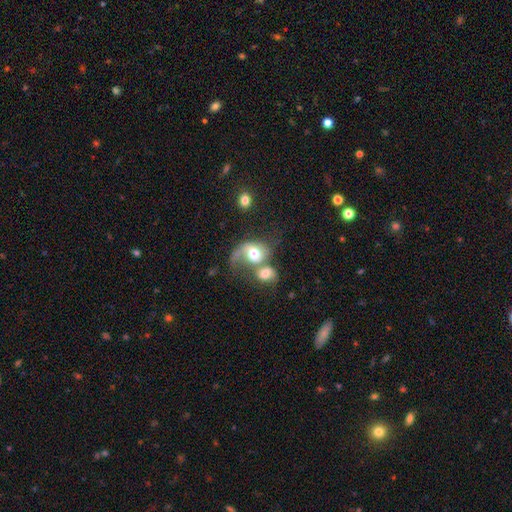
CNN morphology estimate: smooth_or_featured: featured or disk (p=0.51) [alt: smooth p=0.34]
disk_edge_on: no (p=0.95) [alt: yes p=0.05]
merging: merger (p=0.56) [alt: none p=0.23]